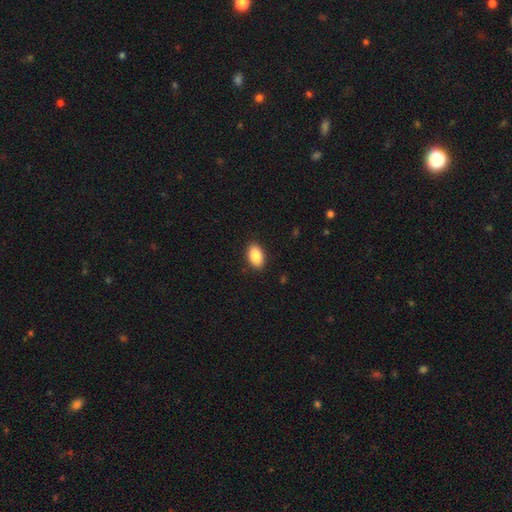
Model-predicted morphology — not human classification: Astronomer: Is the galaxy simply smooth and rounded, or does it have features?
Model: smooth — 88%.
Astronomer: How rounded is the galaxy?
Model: in between — 92%.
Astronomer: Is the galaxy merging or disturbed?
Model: none — 90%.